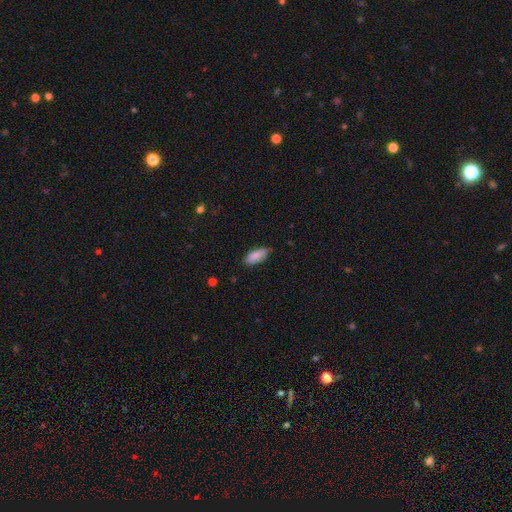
Smooth or featured?
  - smooth: 95% *
  - featured or disk: 5%
  - star or artifact: 0%
How rounded?
  - in between: 83% *
  - cigar-shaped: 17%
  - round: 0%
Merging?
  - none: 86% *
  - minor disturbance: 11%
  - merger: 3%
  - major disturbance: 0%